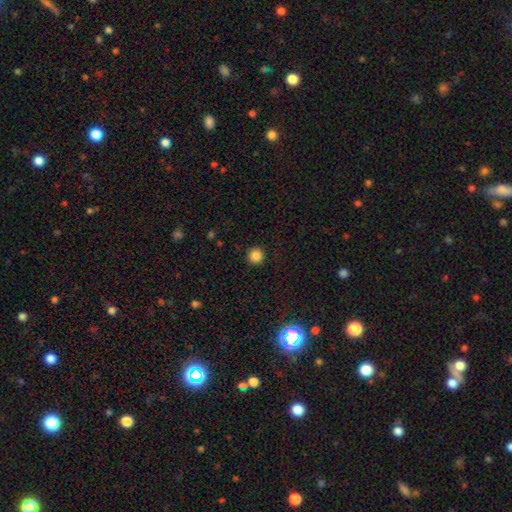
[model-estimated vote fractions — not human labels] smooth 84%, star or artifact 12%, featured or disk 4%. Down the decision tree: how rounded — round (94%); merging — none (92%).